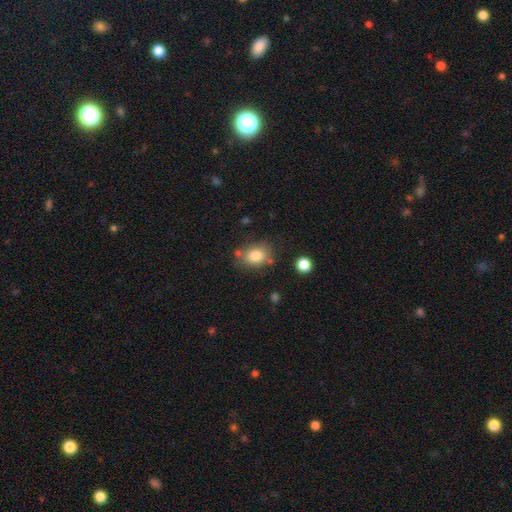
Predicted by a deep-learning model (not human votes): This appears to be a smooth galaxy with no disk features (82%) that is in between round and cigar-shaped (63%). Merging: none (70%).